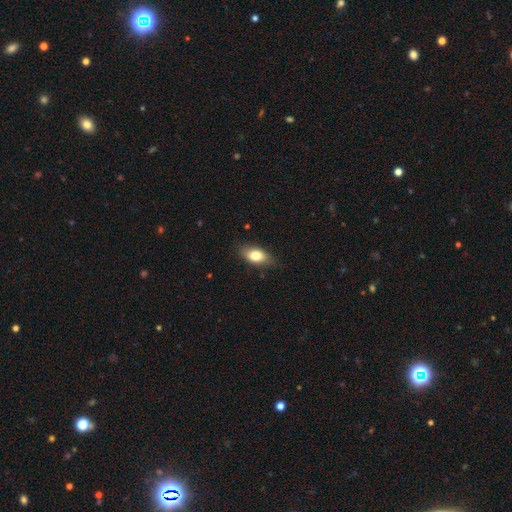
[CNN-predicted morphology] Smooth or featured? Predicted: smooth (p=0.79). How rounded? Predicted: in between (p=0.87). Merging? Predicted: none (p=0.80).